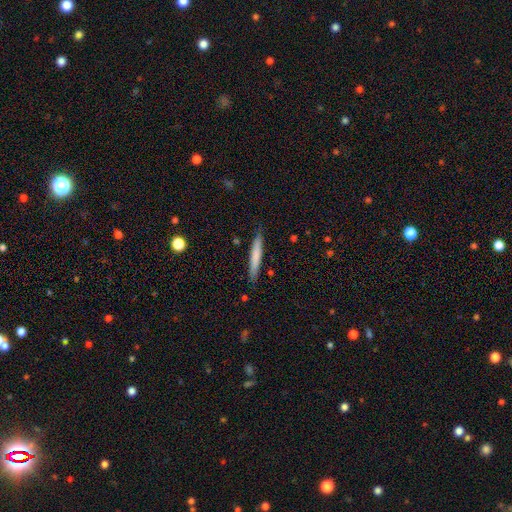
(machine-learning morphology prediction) A smooth galaxy with no disk features (71%) that is cigar-shaped (95%).

Vote fractions:
- Smooth or featured? smooth: 71% / featured or disk: 23% / star or artifact: 6%
- How rounded? cigar-shaped: 95% / in between: 4% / round: 1%
- Merging? none: 87% / minor disturbance: 10% / major disturbance: 2% / merger: 1%